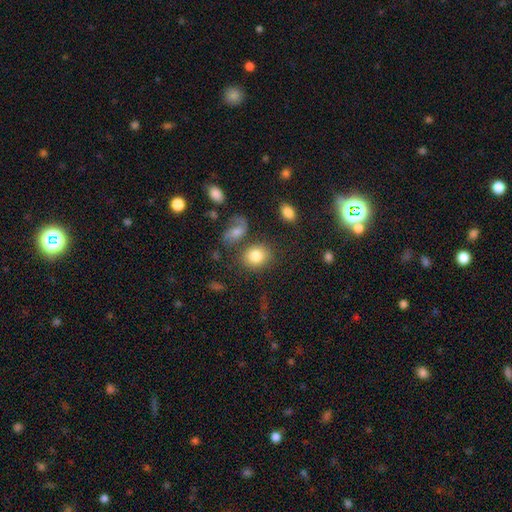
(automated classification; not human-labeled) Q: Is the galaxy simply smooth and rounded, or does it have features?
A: smooth — 82%.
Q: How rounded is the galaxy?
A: round — 53%.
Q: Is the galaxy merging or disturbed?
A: none — 71%.